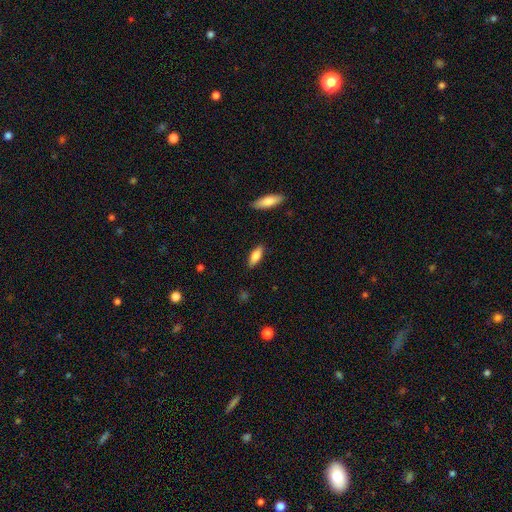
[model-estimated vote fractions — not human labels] Overall: smooth (76%). How rounded: in between (66%; cigar-shaped 32%). Merging: none (87%).